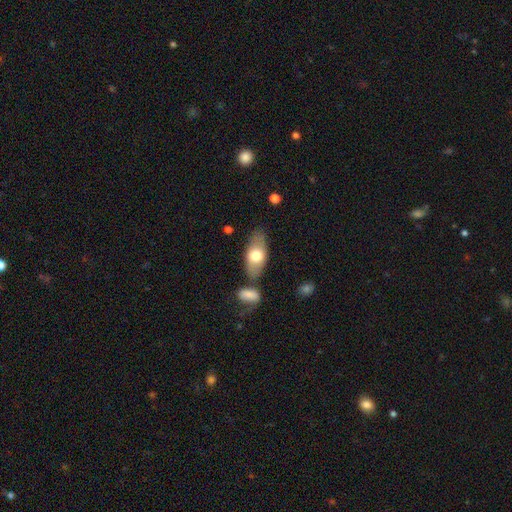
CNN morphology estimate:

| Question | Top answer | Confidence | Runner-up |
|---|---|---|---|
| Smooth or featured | smooth | 66% | featured or disk (28%) |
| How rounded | in between | 88% | cigar-shaped (8%) |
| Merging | none | 72% | minor disturbance (15%) |